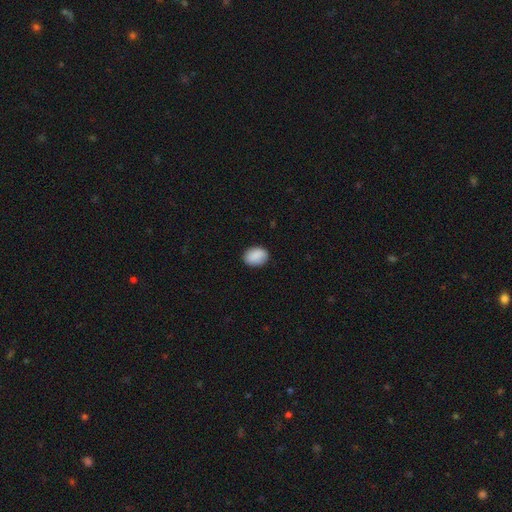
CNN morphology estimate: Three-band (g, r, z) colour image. It shows a smooth galaxy with no disk features (90%) that is in between round and cigar-shaped (71%). Merging: none (87%).